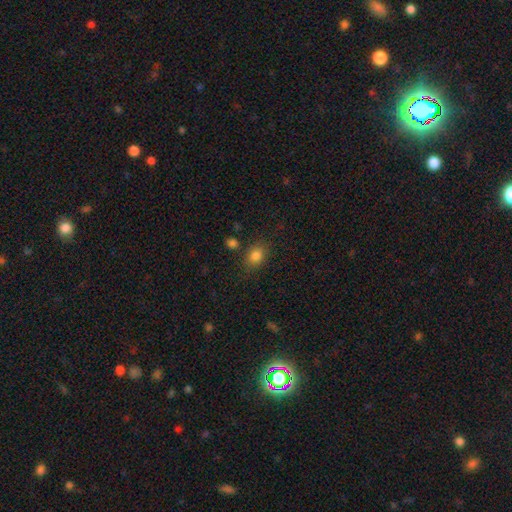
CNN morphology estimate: smooth 83%, star or artifact 11%, featured or disk 7%. Down the decision tree: how rounded — in between (65%); merging — none (78%).